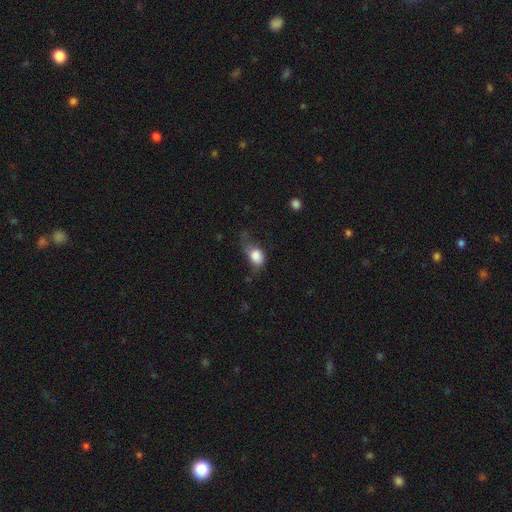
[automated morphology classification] This appears to be a smooth galaxy with no disk features (80%) that is in between round and cigar-shaped (67%). Merging: major disturbance (42%).